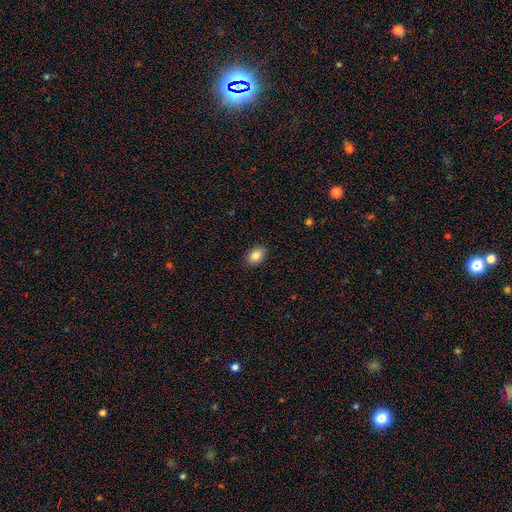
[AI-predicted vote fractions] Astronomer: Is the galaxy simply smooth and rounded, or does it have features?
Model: smooth — 85%.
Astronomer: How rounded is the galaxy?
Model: in between — 72%.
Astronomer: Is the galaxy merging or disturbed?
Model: none — 88%.